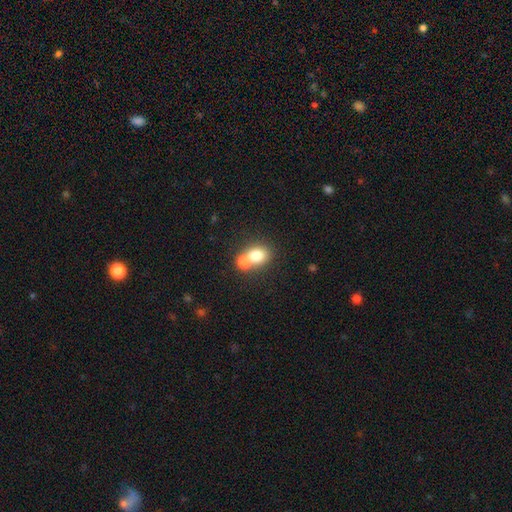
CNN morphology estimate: smooth_or_featured: smooth (p=0.77) [alt: featured or disk p=0.13]
how_rounded: round (p=0.53) [alt: in between p=0.46]
merging: merger (p=0.56) [alt: none p=0.34]